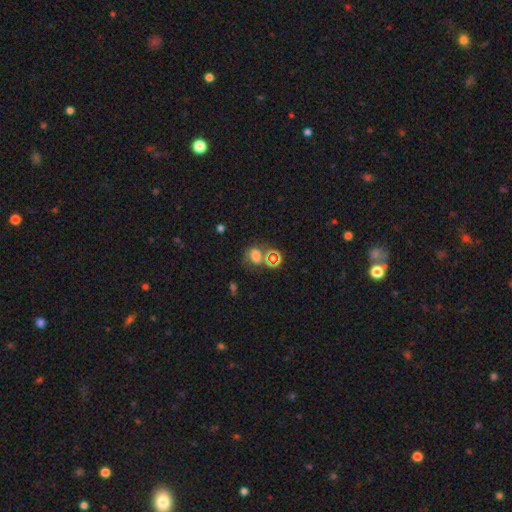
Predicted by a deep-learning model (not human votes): This appears to be a smooth galaxy with no disk features (59%) that is in between round and cigar-shaped (51%). Merging: none (50%).